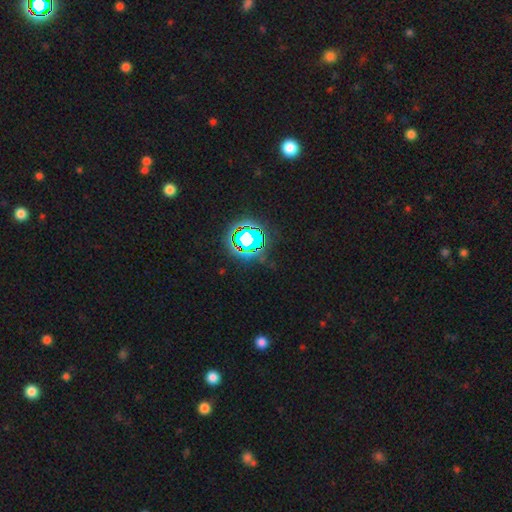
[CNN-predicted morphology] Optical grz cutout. It shows a star or artifact, not a galaxy (81%).